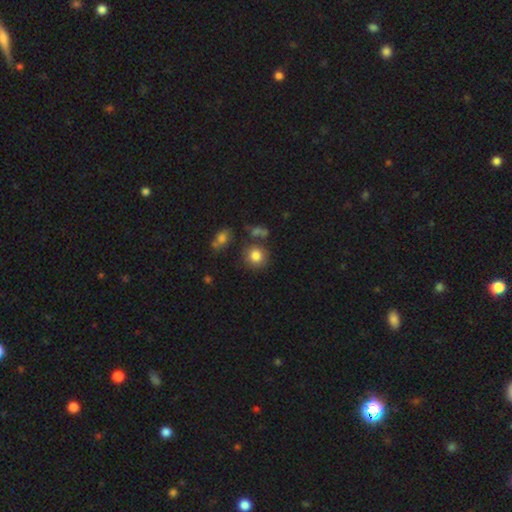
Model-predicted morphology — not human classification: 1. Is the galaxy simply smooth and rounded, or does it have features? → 83% smooth, 10% star or artifact, 7% featured or disk.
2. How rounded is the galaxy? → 87% round, 12% in between, 1% cigar-shaped.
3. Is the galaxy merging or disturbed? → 76% none, 11% minor disturbance, 9% merger, 4% major disturbance.